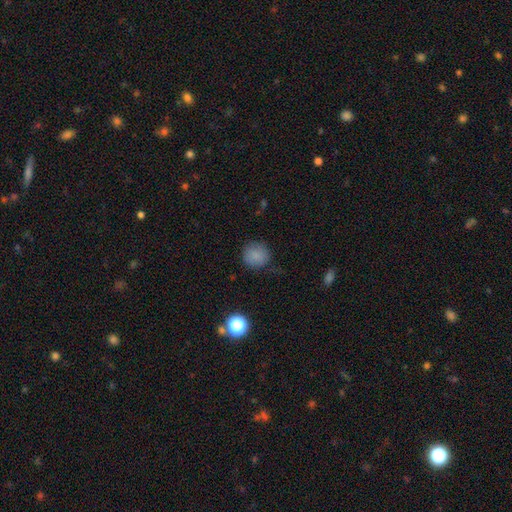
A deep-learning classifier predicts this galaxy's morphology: This is clearly a smooth galaxy (83%). How rounded: clearly round (90%). Merging: likely none (80%).